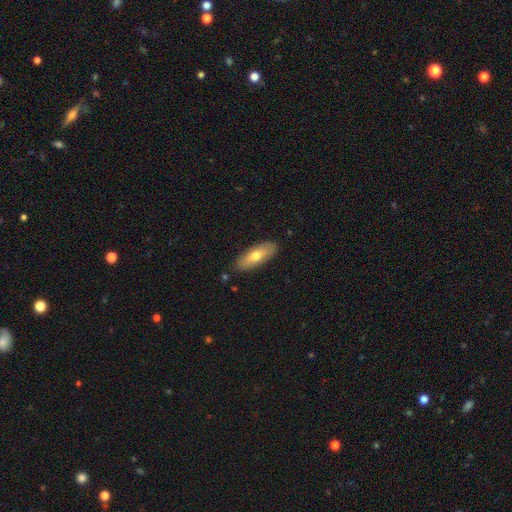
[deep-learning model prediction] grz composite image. It shows a smooth galaxy with no disk features (65%) that is in between round and cigar-shaped (68%). Merging: none (86%).